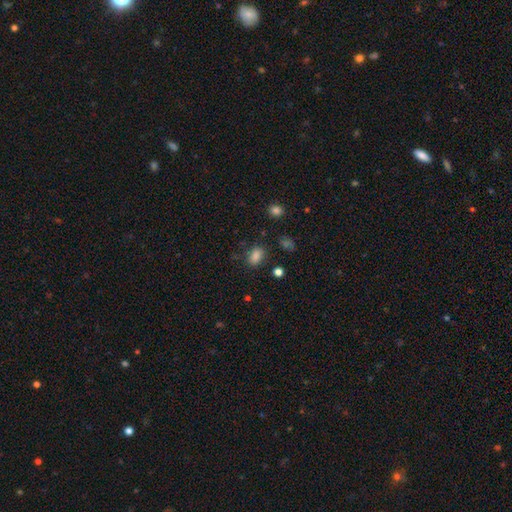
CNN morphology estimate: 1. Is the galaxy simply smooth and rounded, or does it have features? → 82% smooth, 13% star or artifact, 4% featured or disk.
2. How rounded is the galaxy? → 80% in between, 18% round, 2% cigar-shaped.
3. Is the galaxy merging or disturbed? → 79% none, 14% minor disturbance, 4% major disturbance, 3% merger.